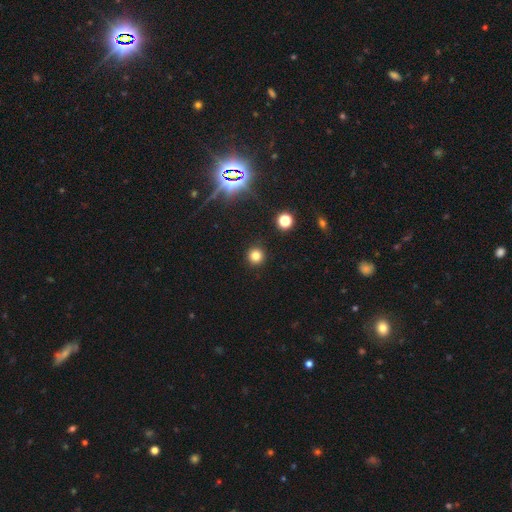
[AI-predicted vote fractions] smooth-or-featured: smooth: 77% | star or artifact: 17% | featured or disk: 6%
  how-rounded: round: 94% | in between: 5% | cigar-shaped: 1%
  merging: none: 92% | minor disturbance: 5% | major disturbance: 2% | merger: 1%